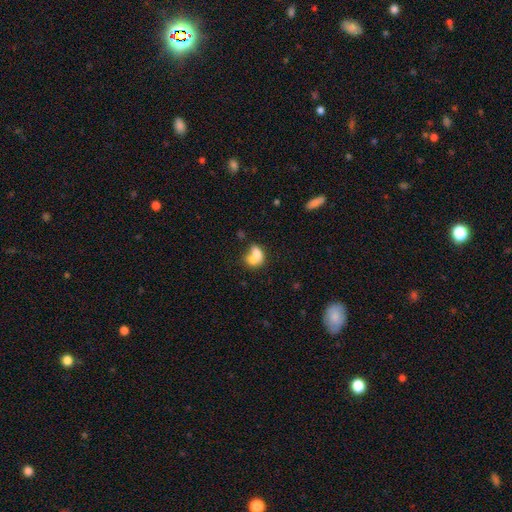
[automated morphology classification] Smooth or featured: smooth — 70% (featured or disk — 21%)
How rounded: in between — 68% (round — 30%)
Merging: merger — 69% (none — 19%)